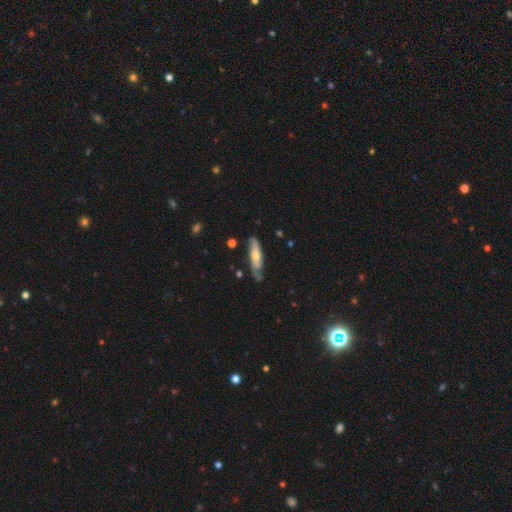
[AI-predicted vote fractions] Smooth or featured?
  - featured or disk: 53% *
  - smooth: 42%
  - star or artifact: 6%
Edge-on disk?
  - no: 53% *
  - yes: 47%
Merging?
  - none: 63% *
  - minor disturbance: 25%
  - major disturbance: 8%
  - merger: 3%